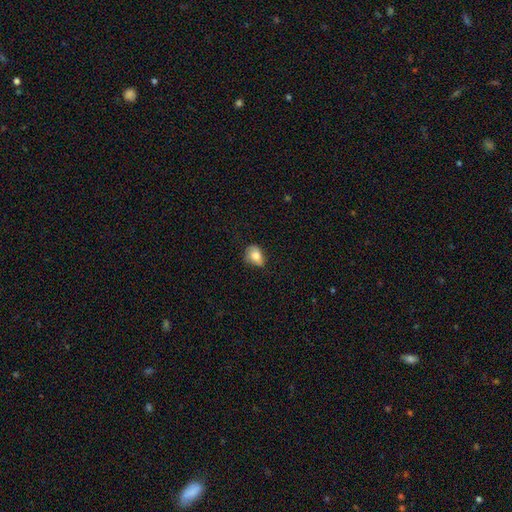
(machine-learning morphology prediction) Smooth or featured?
  - smooth: 78% *
  - featured or disk: 13%
  - star or artifact: 8%
How rounded?
  - in between: 70% *
  - round: 29%
  - cigar-shaped: 1%
Merging?
  - none: 56% *
  - minor disturbance: 34%
  - major disturbance: 9%
  - merger: 2%